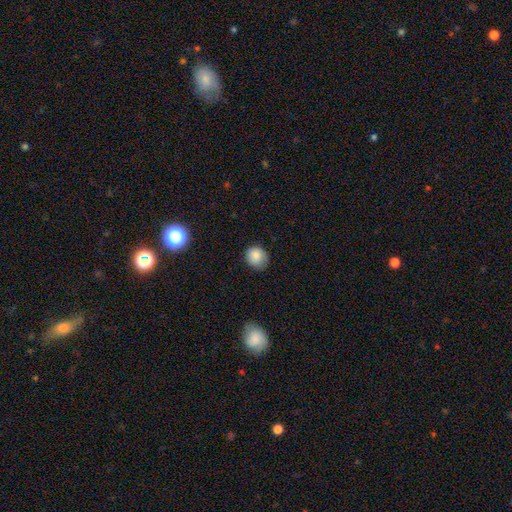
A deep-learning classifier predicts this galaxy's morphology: A smooth galaxy with no disk features (85%) that is round (81%). Merging: none (75%).